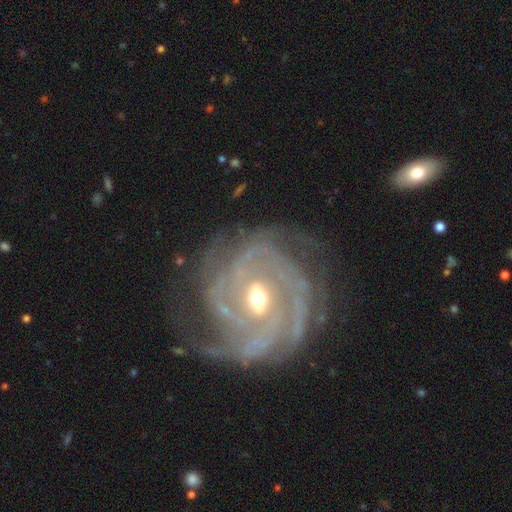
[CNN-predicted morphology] This appears to be a featured or disk galaxy (92%) with no bar (41%), 3 (30%) tight (72%) spiral arms (98%) and a moderate central bulge (63%). Merging: none (68%).